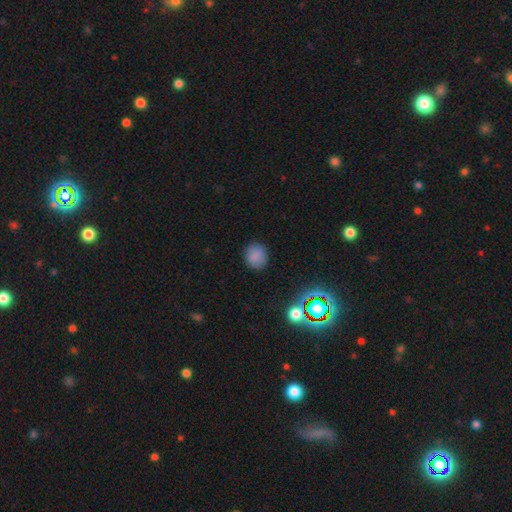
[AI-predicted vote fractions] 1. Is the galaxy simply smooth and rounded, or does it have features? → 81% smooth, 13% star or artifact, 5% featured or disk.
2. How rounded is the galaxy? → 74% round, 25% in between, 1% cigar-shaped.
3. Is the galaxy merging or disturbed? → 85% none, 11% minor disturbance, 3% major disturbance, 1% merger.